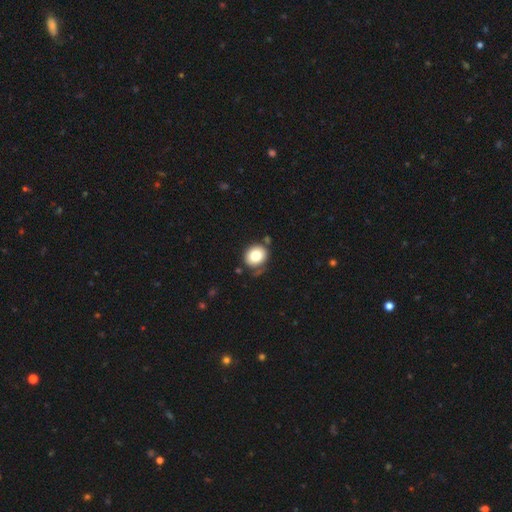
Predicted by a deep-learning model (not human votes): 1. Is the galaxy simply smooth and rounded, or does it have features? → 78% smooth, 12% featured or disk, 10% star or artifact.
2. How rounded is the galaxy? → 71% round, 28% in between, 1% cigar-shaped.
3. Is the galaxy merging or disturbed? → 73% none, 16% minor disturbance, 6% merger, 5% major disturbance.